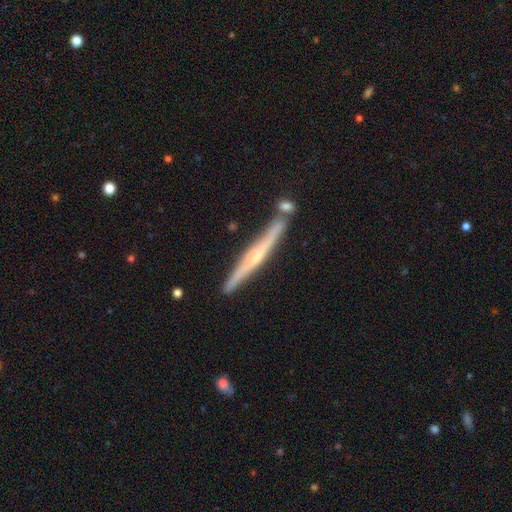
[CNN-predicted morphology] Q: Smooth or featured?
A: featured or disk (72%); runner-up: smooth (22%)
Q: Edge-on disk?
A: yes (97%); runner-up: no (3%)
Q: Edge-on bulge?
A: rounded (71%); runner-up: none (22%)
Q: Merging?
A: none (80%); runner-up: minor disturbance (9%)